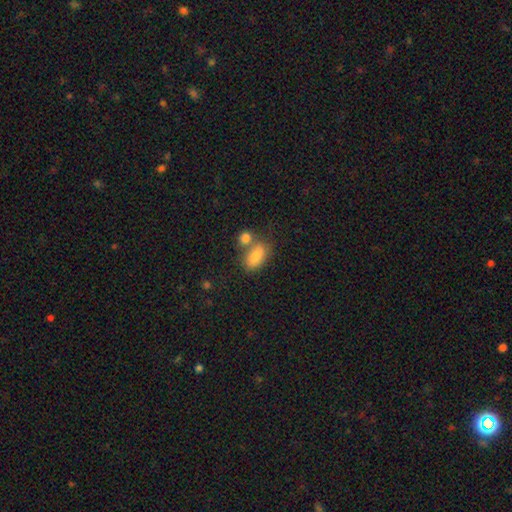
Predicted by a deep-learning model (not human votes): Morphology: type=smooth (79%); roundness=in between (86%); merging=none (48%).